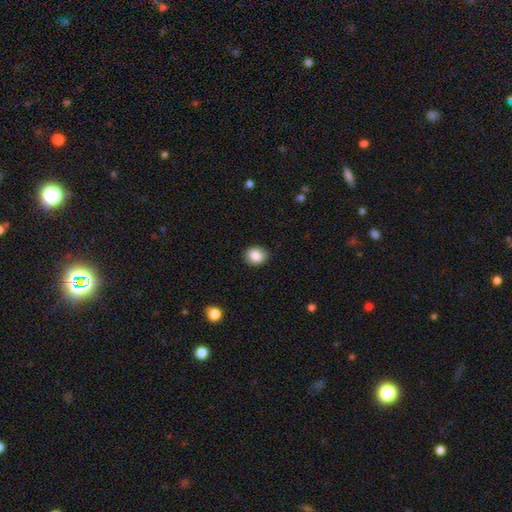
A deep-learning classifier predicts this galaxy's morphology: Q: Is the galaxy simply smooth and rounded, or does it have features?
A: smooth — 86%.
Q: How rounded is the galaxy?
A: round — 60%.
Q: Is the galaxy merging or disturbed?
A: none — 88%.